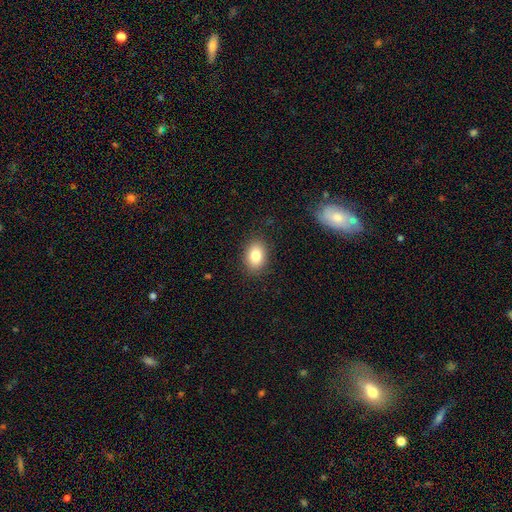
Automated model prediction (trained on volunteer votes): Smooth or featured? smooth (81%)
How rounded? in between (72%)
Merging? none (87%)